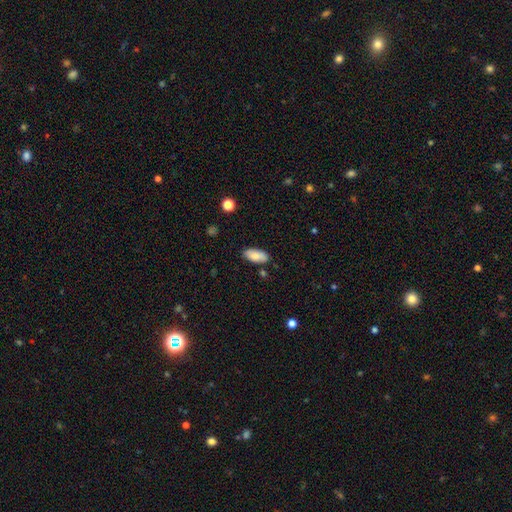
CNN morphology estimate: This is clearly a smooth galaxy (84%). How rounded: clearly in between (89%). Merging: clearly none (83%).